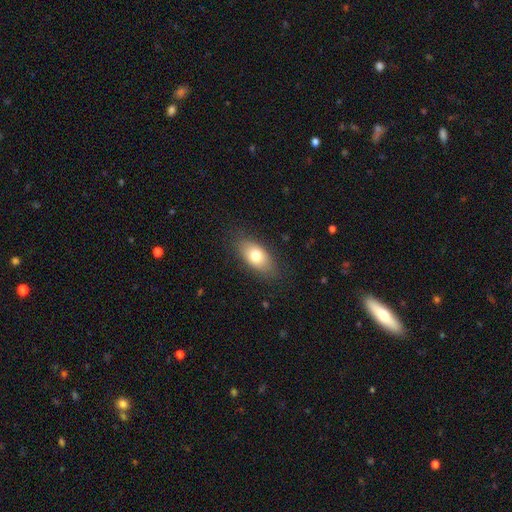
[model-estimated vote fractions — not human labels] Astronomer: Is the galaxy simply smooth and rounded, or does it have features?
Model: smooth — 75%.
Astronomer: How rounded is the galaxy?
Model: in between — 88%.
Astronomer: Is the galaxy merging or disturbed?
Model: none — 83%.